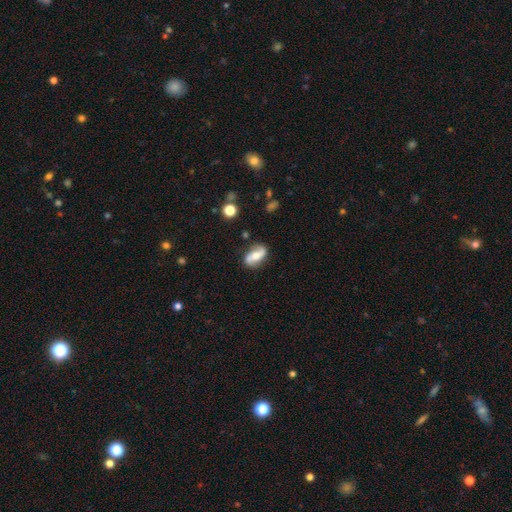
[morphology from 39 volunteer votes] Overall: featured or disk (69%; smooth 31%). Edge-on disk: no (93%). Bar: no (44%; strong 40%). Spiral arms: yes (92%). Spiral arm count: 2 (91%). Spiral winding: loose (78%). Bulge size: moderate (76%). Merging: none (77%).